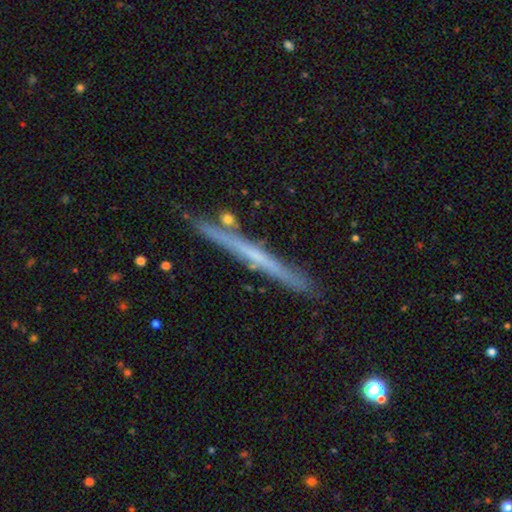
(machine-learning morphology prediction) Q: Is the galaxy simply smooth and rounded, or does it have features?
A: featured or disk — 61%.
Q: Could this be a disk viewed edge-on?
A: yes — 97%.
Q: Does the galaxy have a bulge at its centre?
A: none — 82%.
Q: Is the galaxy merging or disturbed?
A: none — 86%.